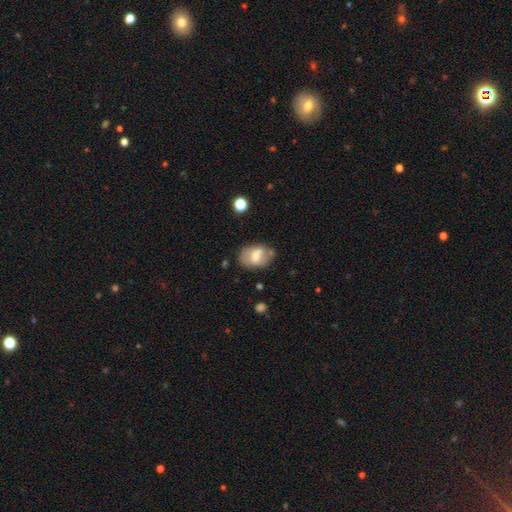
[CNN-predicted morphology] Smooth or featured? smooth (52%)
How rounded? in between (79%)
Merging? none (66%)